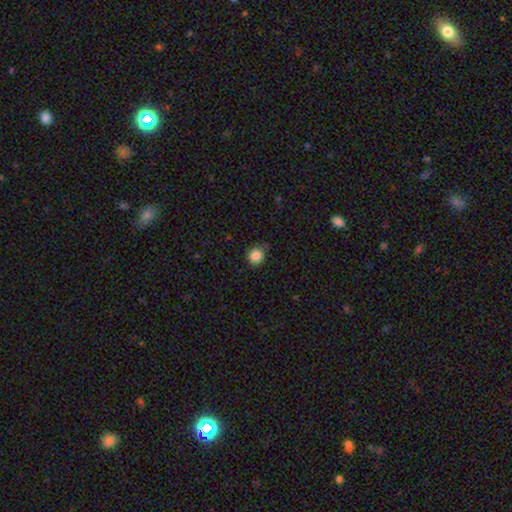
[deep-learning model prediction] The model was most divided on "merging": none: 85%, minor disturbance: 10%, merger: 3%, major disturbance: 2%. More confident: how rounded — round (91%); smooth or featured — smooth (86%).